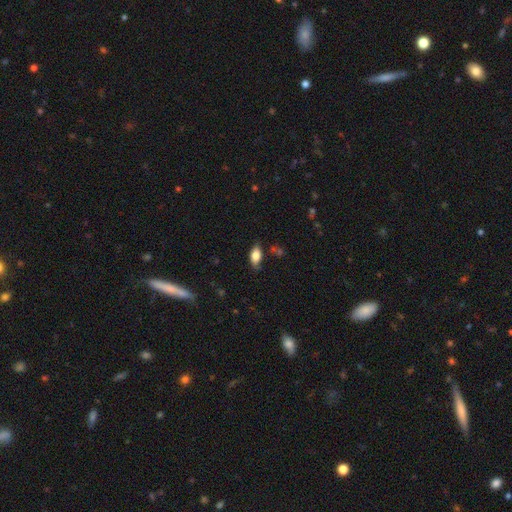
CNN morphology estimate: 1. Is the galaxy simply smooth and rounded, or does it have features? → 80% smooth, 12% featured or disk, 8% star or artifact.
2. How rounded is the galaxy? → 89% in between, 7% cigar-shaped, 4% round.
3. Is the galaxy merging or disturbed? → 73% none, 20% minor disturbance, 4% major disturbance, 3% merger.